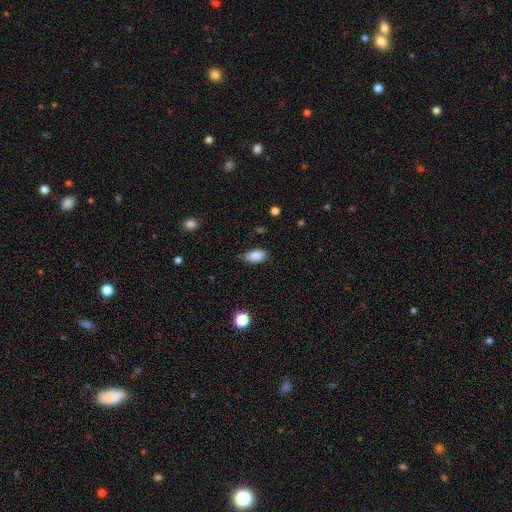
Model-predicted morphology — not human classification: Q: Smooth or featured?
A: smooth (88%); runner-up: star or artifact (8%)
Q: How rounded?
A: in between (93%); runner-up: round (5%)
Q: Merging?
A: none (78%); runner-up: minor disturbance (17%)